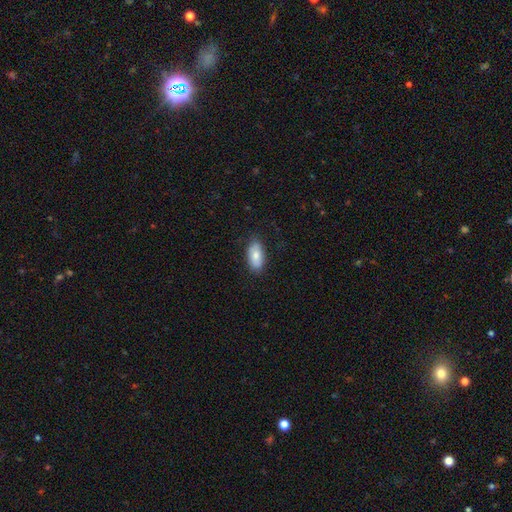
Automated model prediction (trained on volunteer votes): Q: Smooth or featured?
A: smooth (80%); runner-up: featured or disk (14%)
Q: How rounded?
A: in between (91%); runner-up: cigar-shaped (7%)
Q: Merging?
A: none (84%); runner-up: minor disturbance (13%)